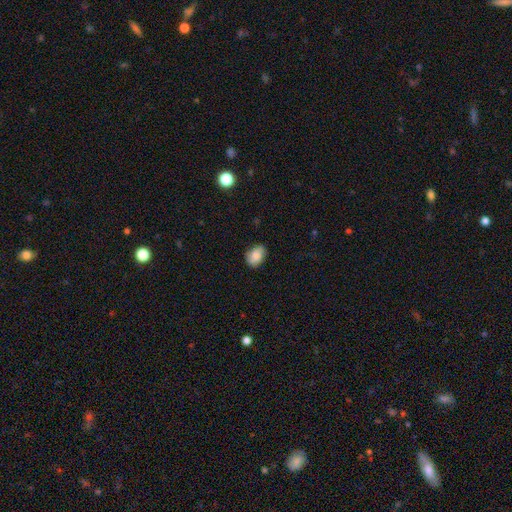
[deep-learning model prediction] The model was most divided on "merging": none: 79%, minor disturbance: 17%, major disturbance: 3%, merger: 1%. More confident: smooth or featured — smooth (85%); how rounded — in between (81%).